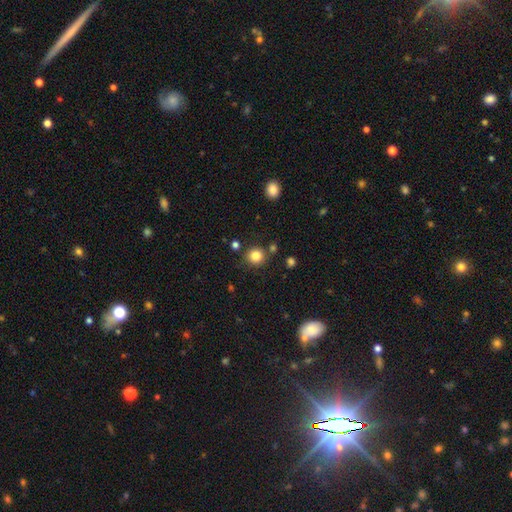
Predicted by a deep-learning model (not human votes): Smooth or featured? smooth (84%)
How rounded? round (91%)
Merging? none (83%)